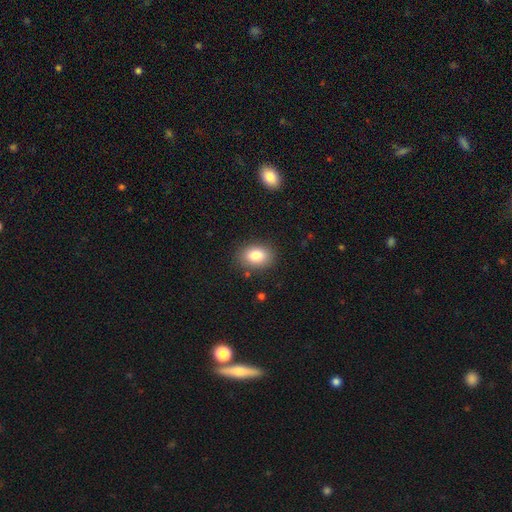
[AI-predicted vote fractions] Smooth or featured?
  - smooth: 83% *
  - star or artifact: 9%
  - featured or disk: 8%
How rounded?
  - in between: 74% *
  - round: 25%
  - cigar-shaped: 1%
Merging?
  - none: 85% *
  - minor disturbance: 10%
  - major disturbance: 3%
  - merger: 2%